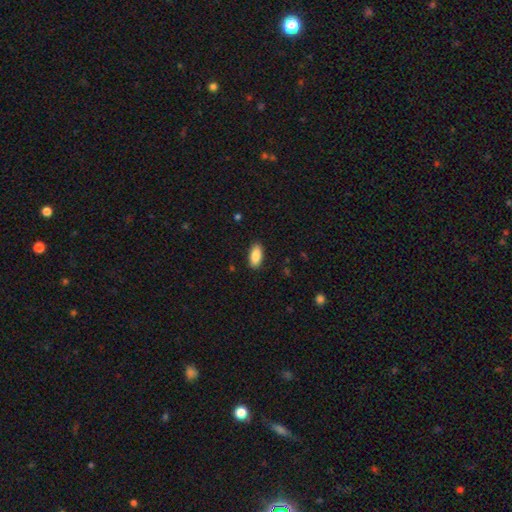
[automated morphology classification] Q: Smooth or featured?
A: smooth (89%); runner-up: star or artifact (6%)
Q: How rounded?
A: in between (90%); runner-up: cigar-shaped (7%)
Q: Merging?
A: none (88%); runner-up: minor disturbance (9%)